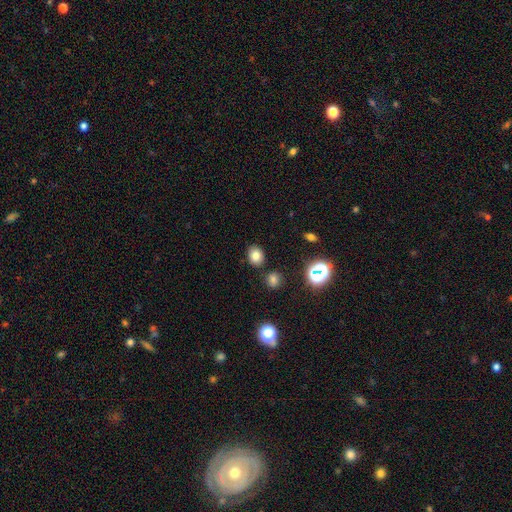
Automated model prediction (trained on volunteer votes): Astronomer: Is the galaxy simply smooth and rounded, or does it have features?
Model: smooth — 79%.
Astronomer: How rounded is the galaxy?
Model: round — 54% (runner-up: in between, 45%).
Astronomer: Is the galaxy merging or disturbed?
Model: none — 83%.